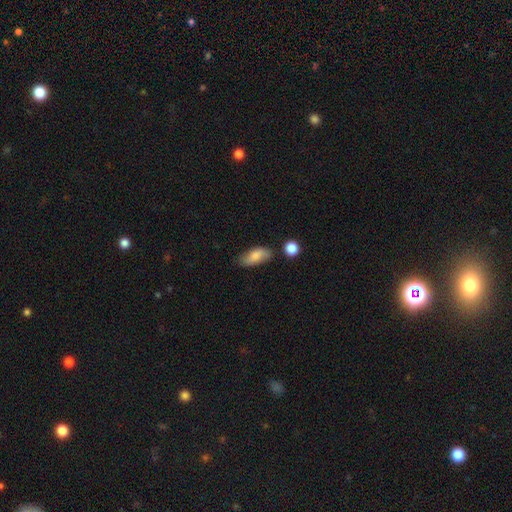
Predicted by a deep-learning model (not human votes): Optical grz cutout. It shows a smooth galaxy with no disk features (78%) that is in between round and cigar-shaped (86%). Merging: none (71%).